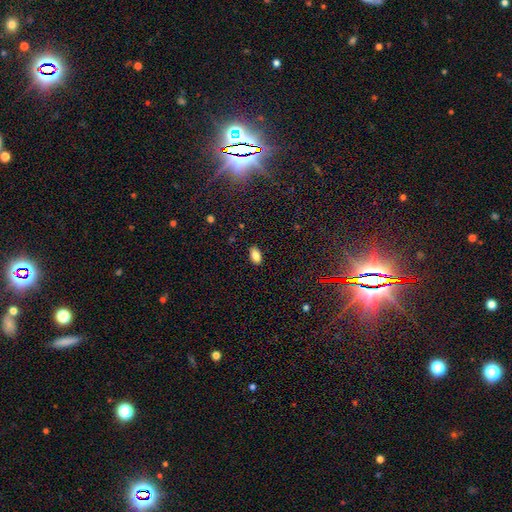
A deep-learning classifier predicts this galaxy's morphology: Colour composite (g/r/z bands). It shows a smooth galaxy with no disk features (85%) that is in between round and cigar-shaped (91%). Merging: none (87%).